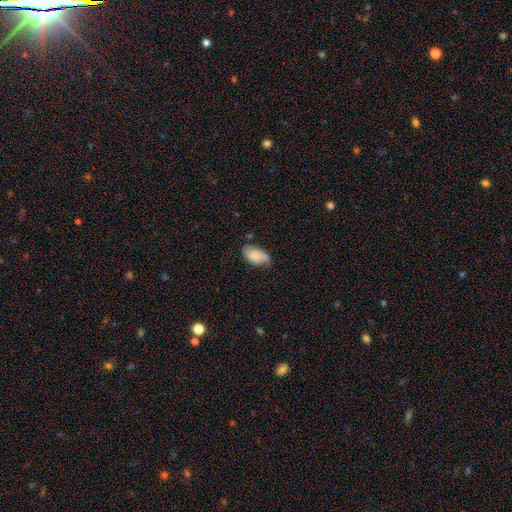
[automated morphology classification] This appears to be a smooth galaxy with no disk features (74%) that is in between round and cigar-shaped (94%). Merging: none (56%).